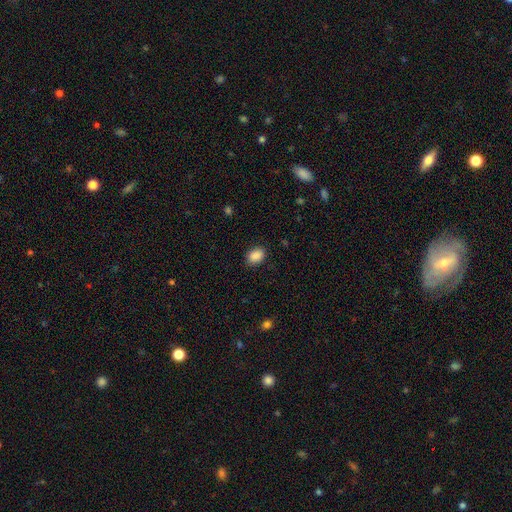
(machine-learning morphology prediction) smooth_or_featured: smooth (p=0.89) [alt: star or artifact p=0.08]
how_rounded: in between (p=0.77) [alt: round p=0.22]
merging: none (p=0.86) [alt: minor disturbance p=0.10]